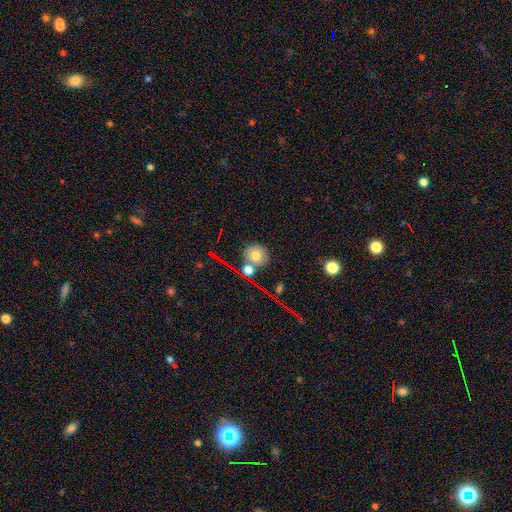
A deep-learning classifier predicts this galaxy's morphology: type=smooth (69%); roundness=round (86%); merging=none (69%).